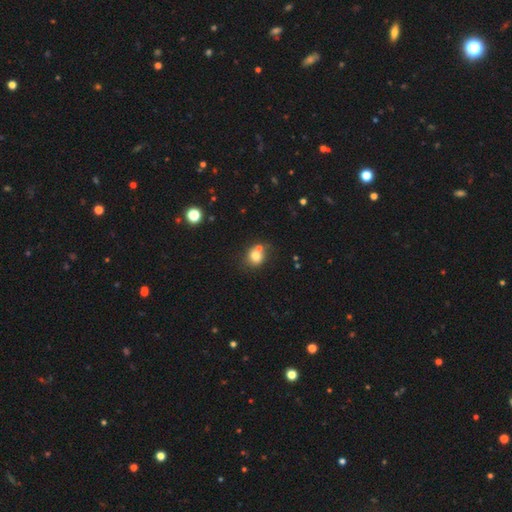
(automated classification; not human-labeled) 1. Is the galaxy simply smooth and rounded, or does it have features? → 77% smooth, 12% star or artifact, 11% featured or disk.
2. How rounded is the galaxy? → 77% round, 23% in between, 1% cigar-shaped.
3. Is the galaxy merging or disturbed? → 54% none, 30% merger, 12% minor disturbance, 4% major disturbance.